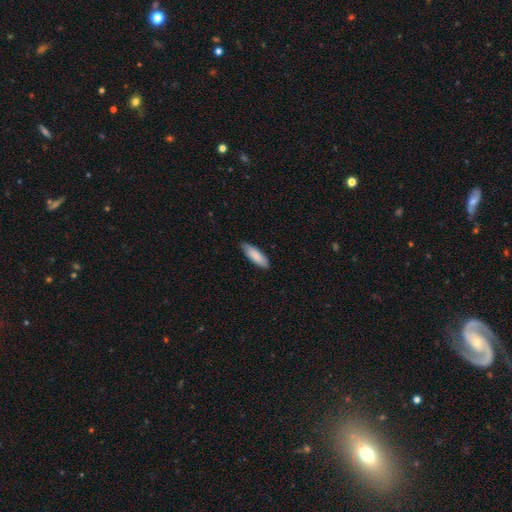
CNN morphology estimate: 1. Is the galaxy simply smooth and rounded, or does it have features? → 85% smooth, 10% featured or disk, 5% star or artifact.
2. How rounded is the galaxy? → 54% in between, 44% cigar-shaped, 1% round.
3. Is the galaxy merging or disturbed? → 86% none, 11% minor disturbance, 2% major disturbance, 1% merger.